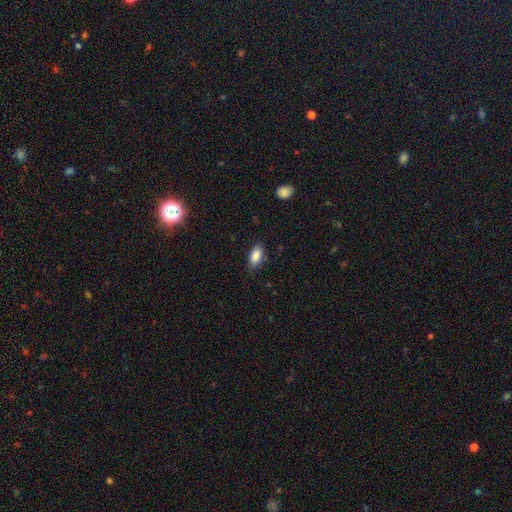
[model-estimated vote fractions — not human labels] smooth_or_featured: smooth (p=0.87) [alt: star or artifact p=0.08]
how_rounded: in between (p=0.89) [alt: cigar-shaped p=0.07]
merging: none (p=0.77) [alt: minor disturbance p=0.18]